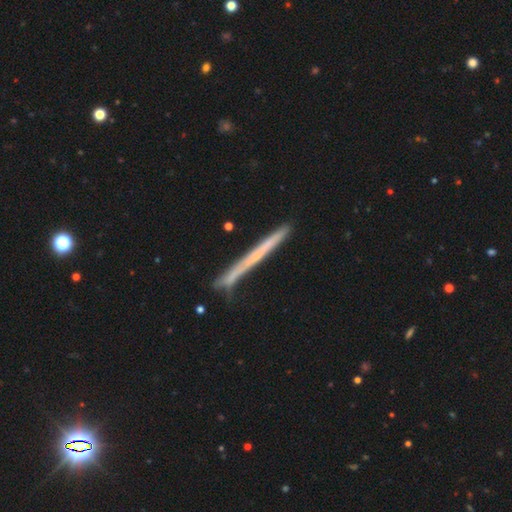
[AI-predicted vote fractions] Overall: featured or disk (56%; smooth 37%). Edge-on disk: yes (97%). Edge-on bulge: none (86%). Merging: none (87%).